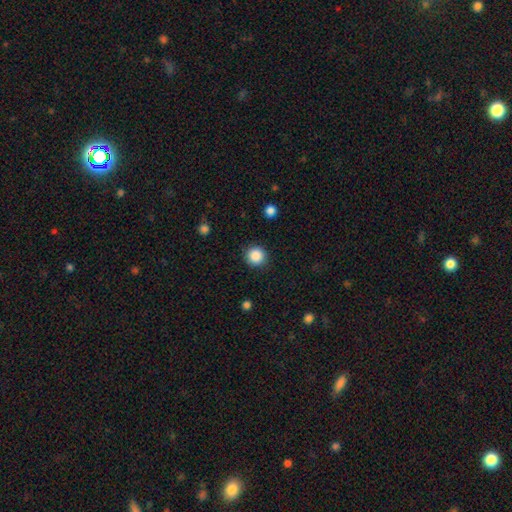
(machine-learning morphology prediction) smooth_or_featured: smooth (p=0.87) [alt: star or artifact p=0.10]
how_rounded: round (p=0.95) [alt: in between p=0.04]
merging: none (p=0.91) [alt: minor disturbance p=0.06]